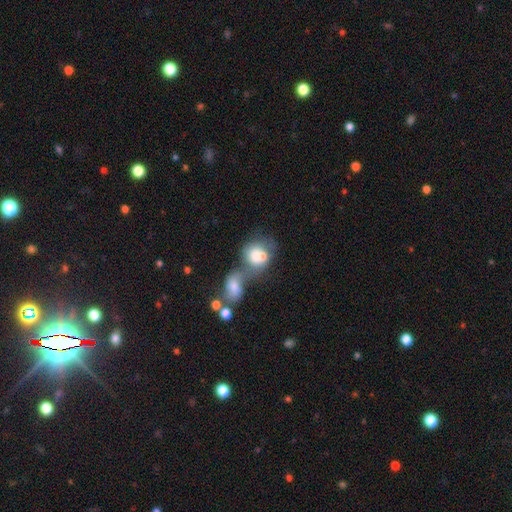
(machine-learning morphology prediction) Smooth or featured? Predicted: smooth (p=0.73). How rounded? Predicted: round (p=0.64). Merging? Predicted: merger (p=0.65).